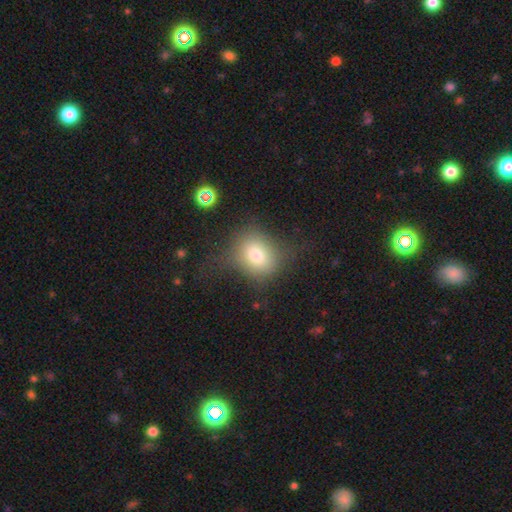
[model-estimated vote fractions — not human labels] Smooth or featured: smooth — 73% (featured or disk — 15%)
How rounded: round — 58% (in between — 40%)
Merging: none — 56% (minor disturbance — 22%)